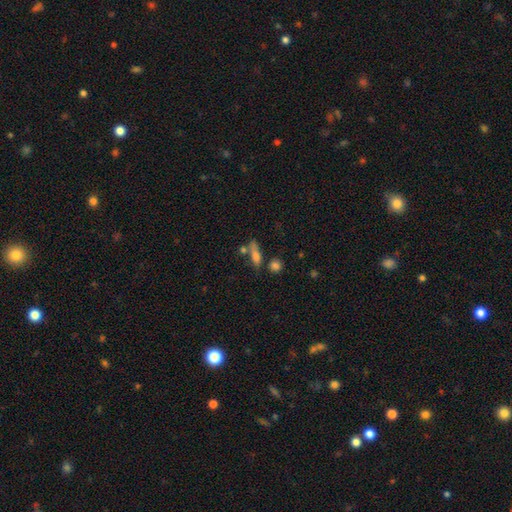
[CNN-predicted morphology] A smooth galaxy with no disk features (69%) that is cigar-shaped (54%). Merging: none (54%).